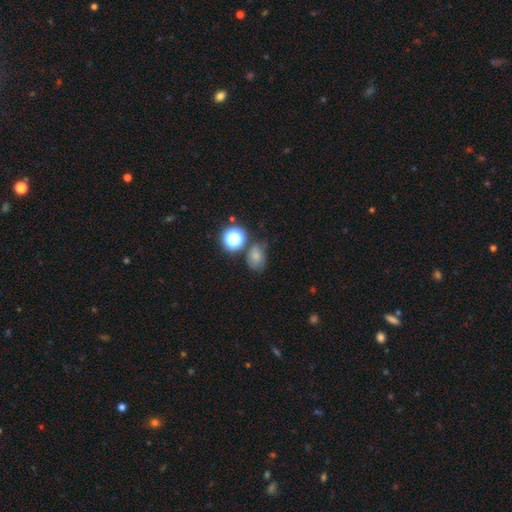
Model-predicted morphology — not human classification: smooth-or-featured: smooth: 70% | star or artifact: 19% | featured or disk: 11%
  how-rounded: in between: 60% | round: 39% | cigar-shaped: 1%
  merging: none: 55% | minor disturbance: 24% | merger: 12% | major disturbance: 9%